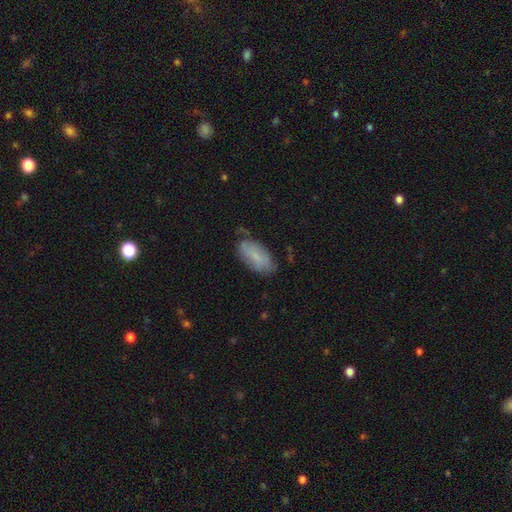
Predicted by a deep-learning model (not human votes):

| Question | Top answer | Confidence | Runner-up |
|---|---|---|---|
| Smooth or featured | smooth | 72% | featured or disk (21%) |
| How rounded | in between | 90% | cigar-shaped (7%) |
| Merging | none | 62% | minor disturbance (28%) |